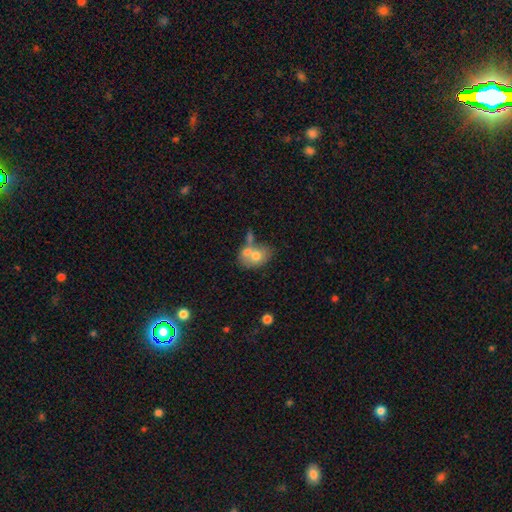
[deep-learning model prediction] Smooth or featured? smooth (65%)
How rounded? in between (70%)
Merging? merger (51%)